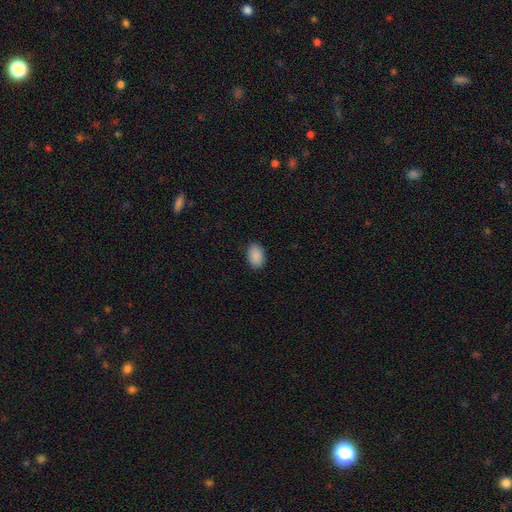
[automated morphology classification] smooth 90%, star or artifact 7%, featured or disk 3%. Down the decision tree: how rounded — in between (89%); merging — none (89%).